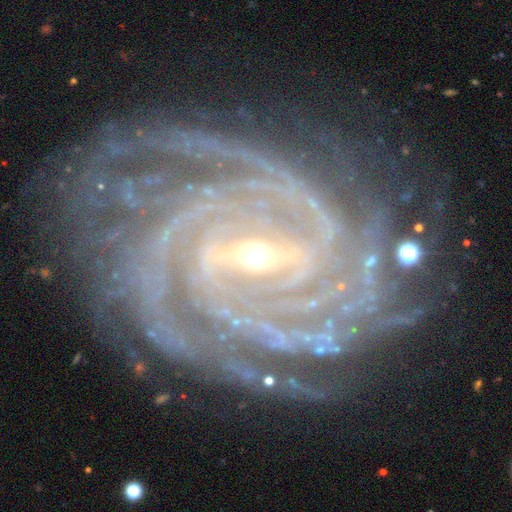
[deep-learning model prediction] Smooth or featured: featured or disk — 92% (star or artifact — 5%)
Edge-on disk: no — 98% (yes — 2%)
Bar: strong — 48% (weak — 37%)
Spiral arms: yes — 99% (no — 1%)
Spiral winding: tight — 80% (medium — 18%)
Spiral arm count: 4 — 27% (more than 4 — 22%)
Bulge size: small — 71% (moderate — 26%)
Merging: none — 80% (minor disturbance — 13%)